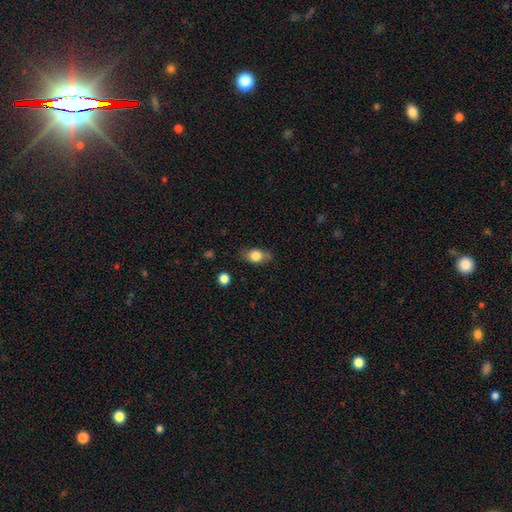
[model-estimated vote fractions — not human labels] Smooth or featured?
  - smooth: 79% *
  - featured or disk: 13%
  - star or artifact: 8%
How rounded?
  - in between: 73% *
  - round: 24%
  - cigar-shaped: 3%
Merging?
  - none: 70% *
  - minor disturbance: 22%
  - major disturbance: 5%
  - merger: 2%